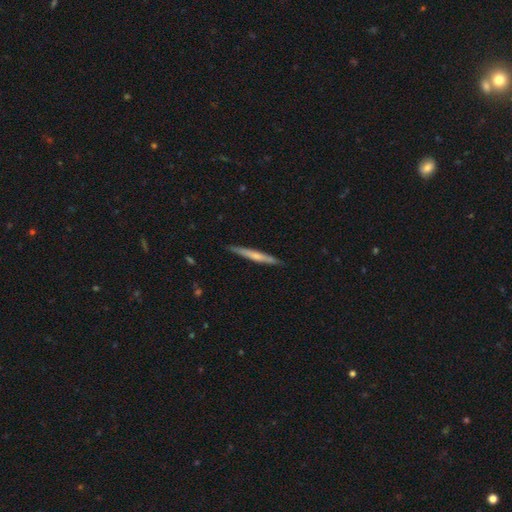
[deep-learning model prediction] smooth-or-featured: smooth: 53% | featured or disk: 41% | star or artifact: 5%
  how-rounded: cigar-shaped: 96% | in between: 3% | round: 1%
  merging: none: 87% | minor disturbance: 10% | major disturbance: 2% | merger: 1%